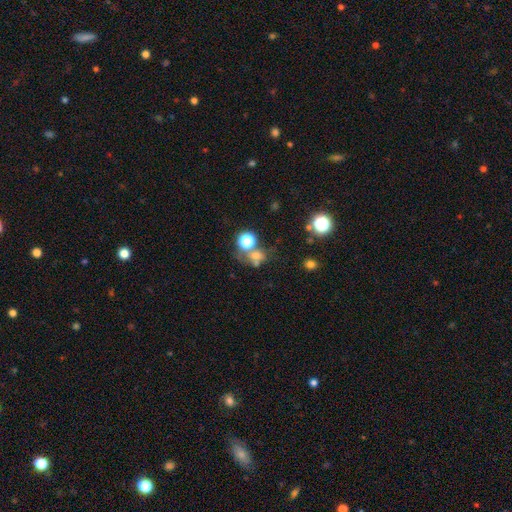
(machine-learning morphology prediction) Smooth or featured? smooth (56%)
How rounded? round (68%)
Merging? none (44%)